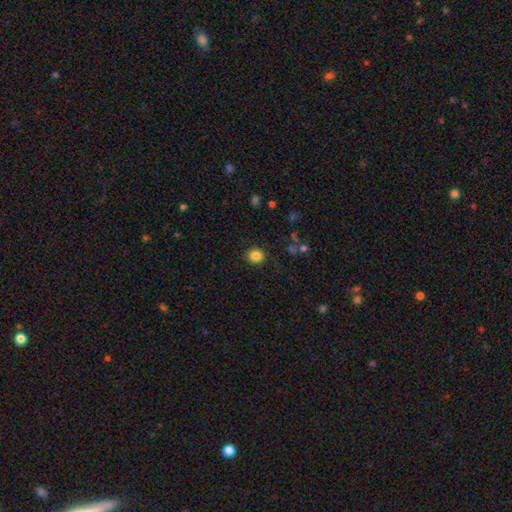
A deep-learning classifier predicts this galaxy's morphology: type=smooth (85%); roundness=round (77%); merging=none (88%).